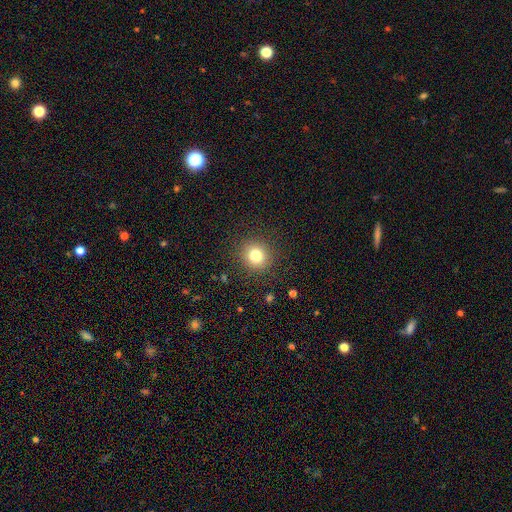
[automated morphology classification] Smooth or featured?
  - smooth: 79% *
  - star or artifact: 13%
  - featured or disk: 8%
How rounded?
  - round: 89% *
  - in between: 10%
  - cigar-shaped: 1%
Merging?
  - none: 89% *
  - minor disturbance: 7%
  - major disturbance: 3%
  - merger: 1%